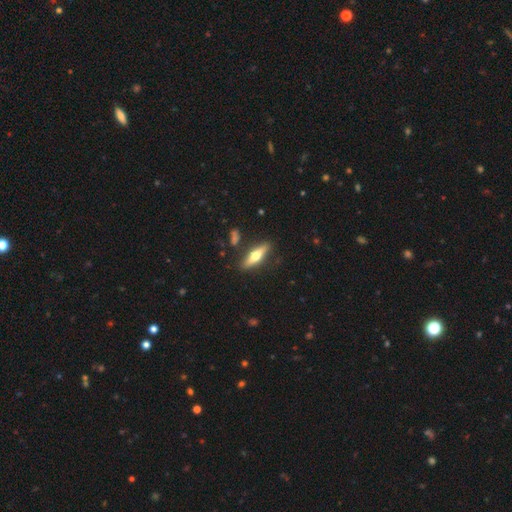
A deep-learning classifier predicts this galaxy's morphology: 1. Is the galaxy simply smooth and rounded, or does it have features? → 50% featured or disk, 44% smooth, 6% star or artifact.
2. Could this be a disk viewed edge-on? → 92% yes, 8% no.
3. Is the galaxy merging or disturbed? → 86% none, 9% minor disturbance, 3% merger, 2% major disturbance.